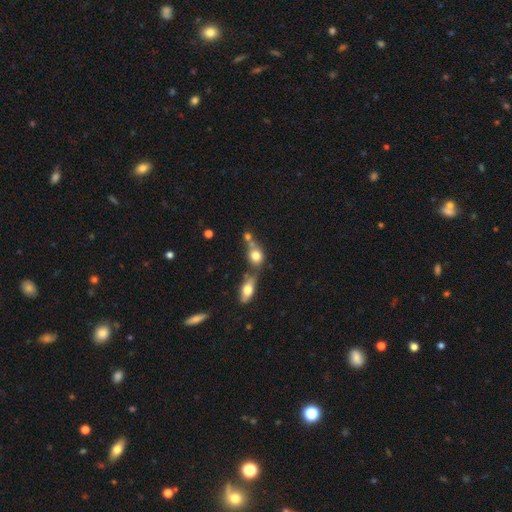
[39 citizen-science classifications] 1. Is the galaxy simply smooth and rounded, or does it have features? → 82% smooth, 13% star or artifact, 5% featured or disk.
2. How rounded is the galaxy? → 69% round, 31% in between, 0% cigar-shaped.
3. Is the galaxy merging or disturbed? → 44% none (tied), 44% merger (tied), 9% minor disturbance, 3% major disturbance.